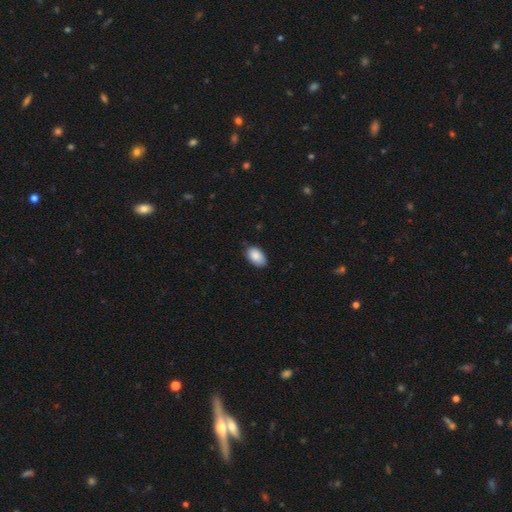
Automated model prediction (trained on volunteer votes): Morphology: type=smooth (87%); roundness=in between (93%); merging=none (79%).